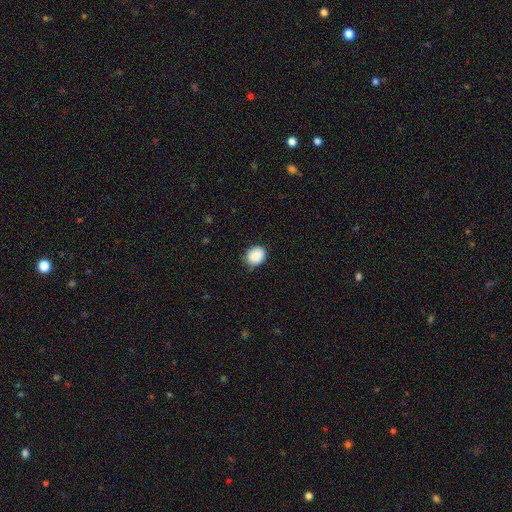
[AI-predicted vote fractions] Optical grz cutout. It shows a smooth galaxy with no disk features (89%) that is round (63%). Merging: none (80%).